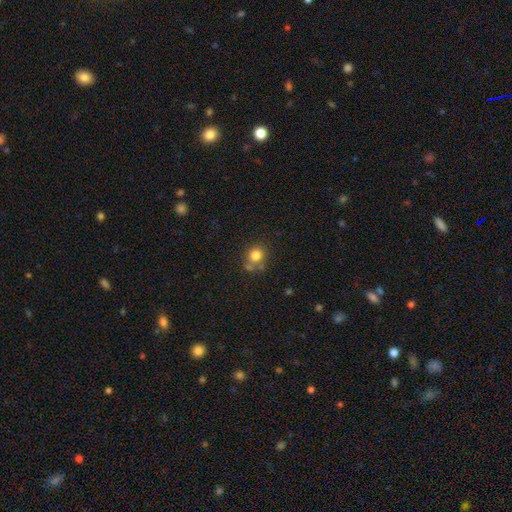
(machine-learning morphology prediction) smooth-or-featured: smooth: 79% | star or artifact: 12% | featured or disk: 9%
  how-rounded: round: 80% | in between: 19% | cigar-shaped: 1%
  merging: none: 59% | merger: 18% | minor disturbance: 17% | major disturbance: 6%